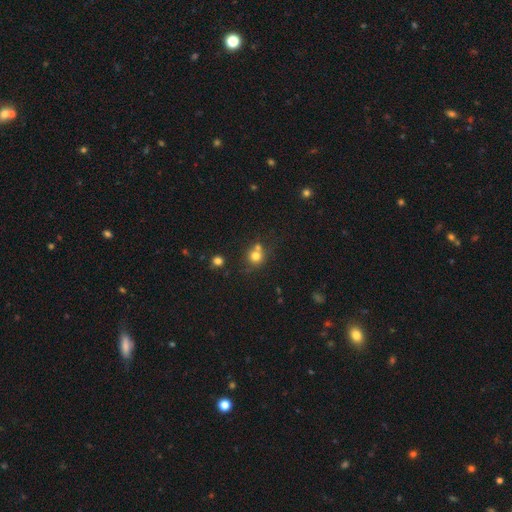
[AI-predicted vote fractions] The model was most divided on "merging": none: 54%, merger: 33%, minor disturbance: 10%, major disturbance: 4%. More confident: how rounded — round (87%); smooth or featured — smooth (75%).